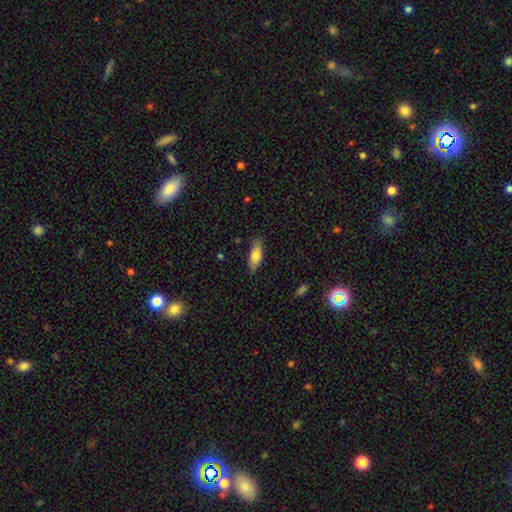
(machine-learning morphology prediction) Overall: smooth (72%). How rounded: in between (60%; cigar-shaped 38%). Merging: none (86%).